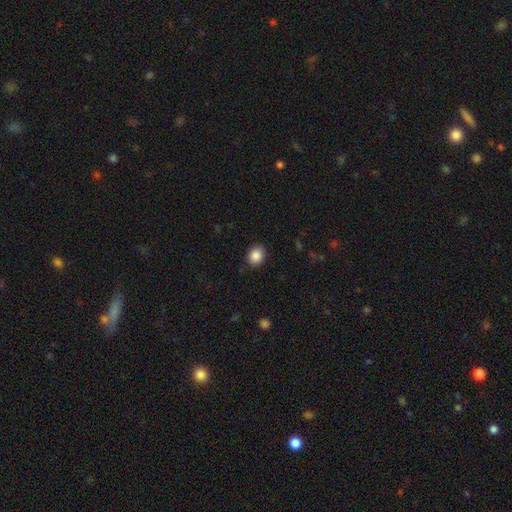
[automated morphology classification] A smooth galaxy with no disk features (88%) that is round (61%).

Vote fractions:
- Smooth or featured? smooth: 88% / star or artifact: 9% / featured or disk: 4%
- How rounded? round: 61% / in between: 39% / cigar-shaped: 1%
- Merging? none: 89% / minor disturbance: 8% / major disturbance: 2% / merger: 1%